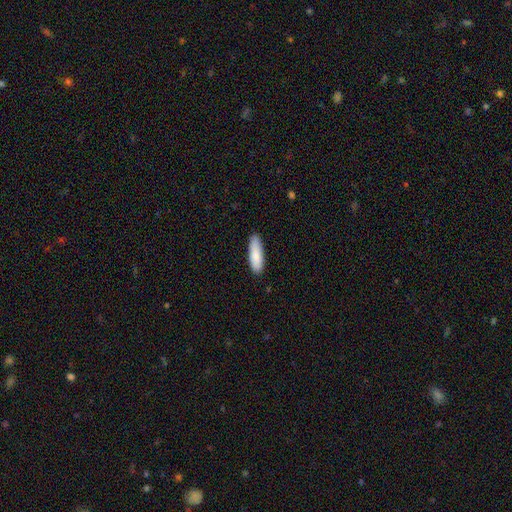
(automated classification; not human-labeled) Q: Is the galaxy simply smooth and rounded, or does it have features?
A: smooth — 86%.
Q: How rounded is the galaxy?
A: in between — 50%.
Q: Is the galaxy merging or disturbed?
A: none — 84%.